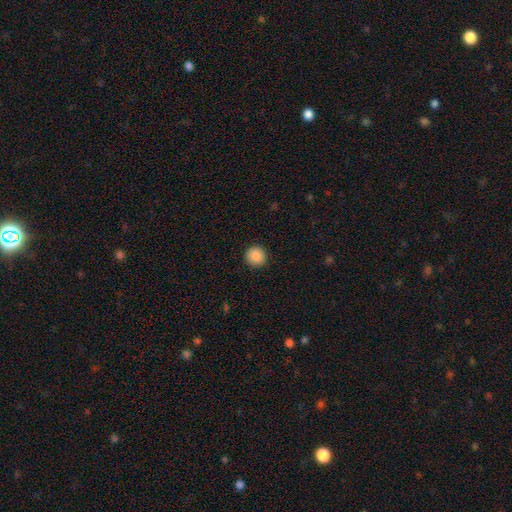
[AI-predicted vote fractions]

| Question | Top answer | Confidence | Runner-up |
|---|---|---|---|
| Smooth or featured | smooth | 87% | star or artifact (8%) |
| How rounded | round | 95% | in between (4%) |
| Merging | none | 92% | minor disturbance (5%) |